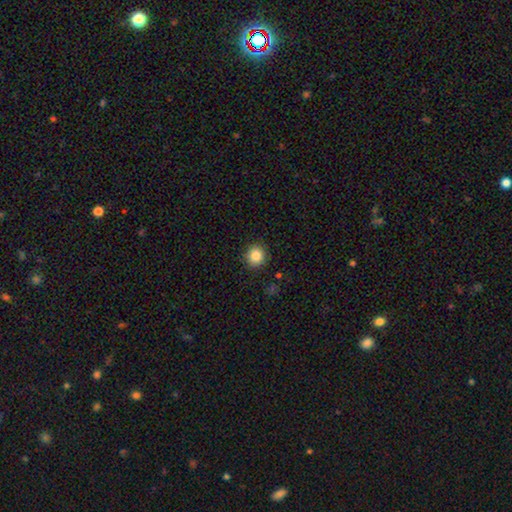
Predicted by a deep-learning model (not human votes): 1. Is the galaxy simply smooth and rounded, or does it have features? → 86% smooth, 10% star or artifact, 5% featured or disk.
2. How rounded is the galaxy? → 88% round, 11% in between, 1% cigar-shaped.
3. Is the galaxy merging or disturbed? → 89% none, 8% minor disturbance, 2% major disturbance, 1% merger.